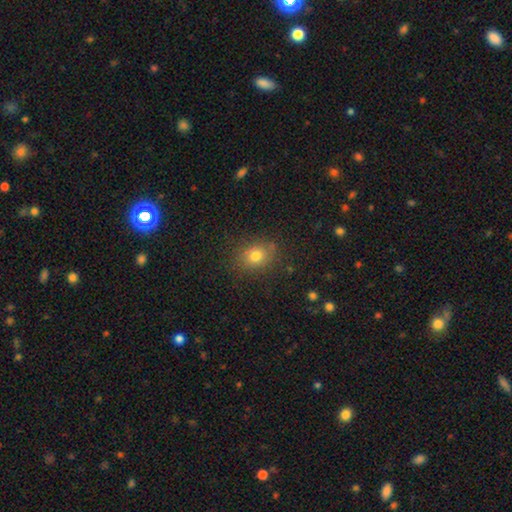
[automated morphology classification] type=smooth (76%); roundness=round (51%); merging=none (81%).